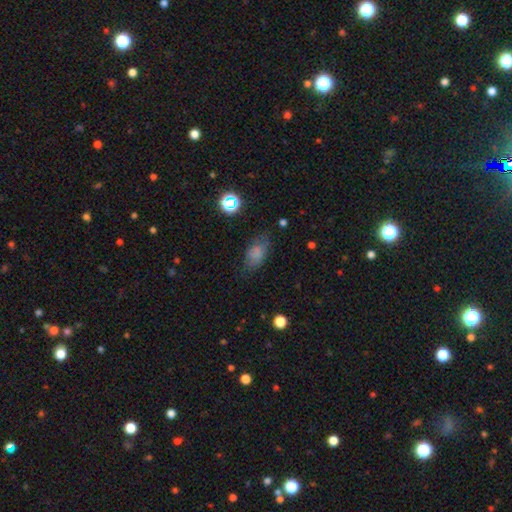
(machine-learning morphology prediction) smooth-or-featured: smooth: 68% | star or artifact: 18% | featured or disk: 14%
  how-rounded: in between: 82% | round: 9% | cigar-shaped: 9%
  merging: none: 75% | minor disturbance: 18% | major disturbance: 6% | merger: 2%